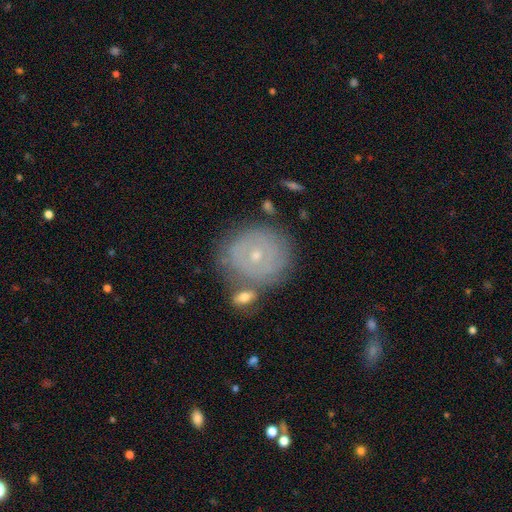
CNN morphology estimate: Smooth or featured: featured or disk — 64% (smooth — 27%)
Edge-on disk: no — 97% (yes — 3%)
Bar: no — 81% (weak — 15%)
Spiral arms: yes — 73% (no — 27%)
Bulge size: small — 68% (moderate — 29%)
Merging: none — 74% (minor disturbance — 13%)